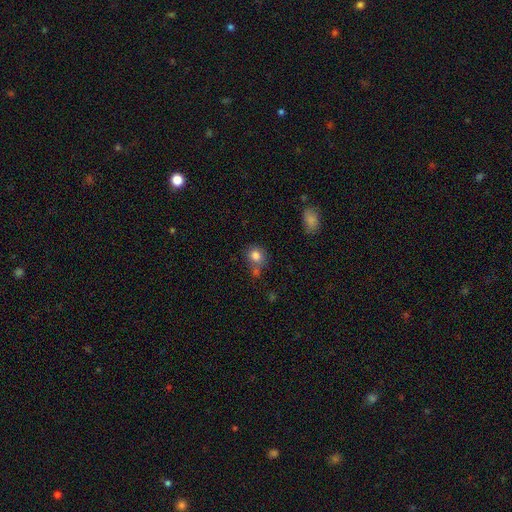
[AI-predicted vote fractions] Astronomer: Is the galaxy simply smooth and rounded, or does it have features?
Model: smooth — 82%.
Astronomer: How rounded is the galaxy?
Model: round — 78%.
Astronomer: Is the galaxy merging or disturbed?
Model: none — 60%.